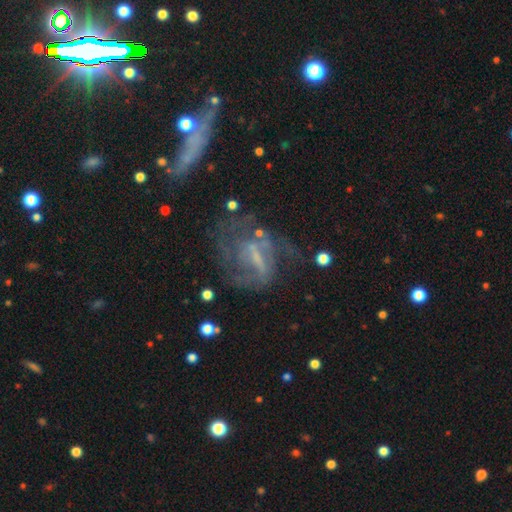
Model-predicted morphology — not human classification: Smooth or featured: featured or disk — 73% (smooth — 15%)
Edge-on disk: no — 95% (yes — 5%)
Bar: weak — 41% (strong — 36%)
Spiral arms: yes — 72% (no — 28%)
Bulge size: none — 45% (small — 30%)
Merging: none — 44% (major disturbance — 31%)